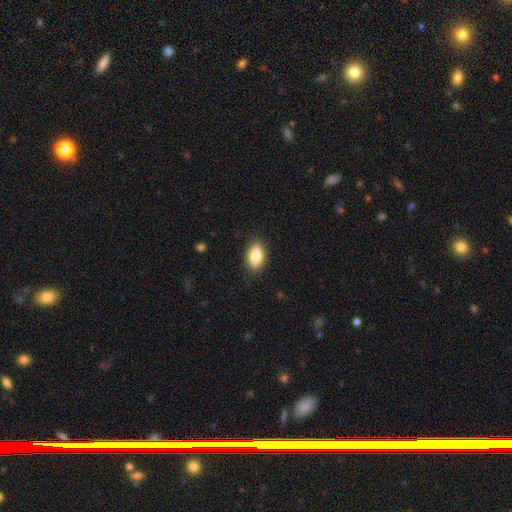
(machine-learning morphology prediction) The model was most divided on "smooth or featured": smooth: 85%, featured or disk: 8%, star or artifact: 7%. More confident: how rounded — in between (90%); merging — none (88%).